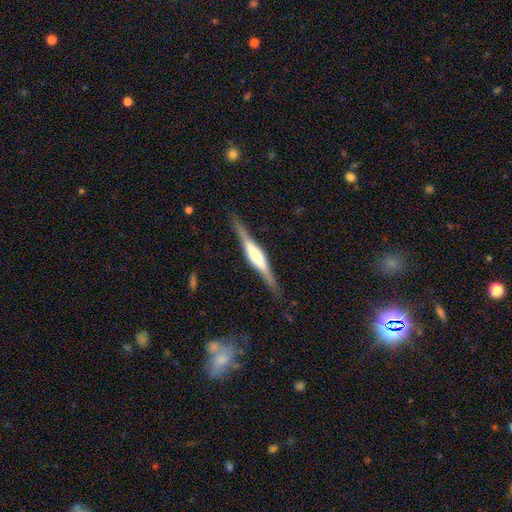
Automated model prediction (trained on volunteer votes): smooth-or-featured: featured or disk: 78% | smooth: 16% | star or artifact: 5%
  disk-edge-on: yes: 97% | no: 3%
    edge-on-bulge: rounded: 51% | boxy: 42% | none: 7%
  merging: none: 86% | minor disturbance: 10% | major disturbance: 3% | merger: 1%